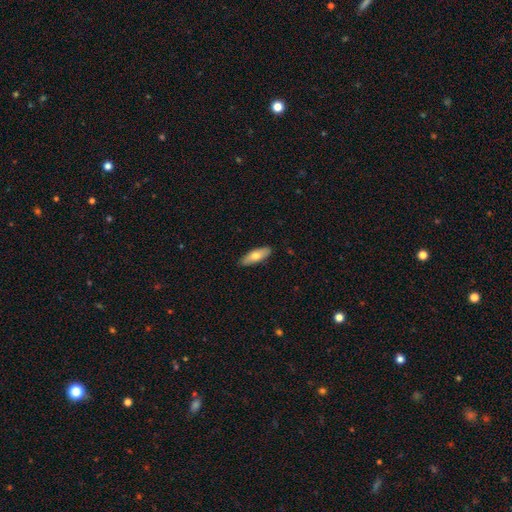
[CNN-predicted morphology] Smooth or featured: smooth — 70% (featured or disk — 25%)
How rounded: in between — 61% (cigar-shaped — 37%)
Merging: none — 89% (minor disturbance — 9%)